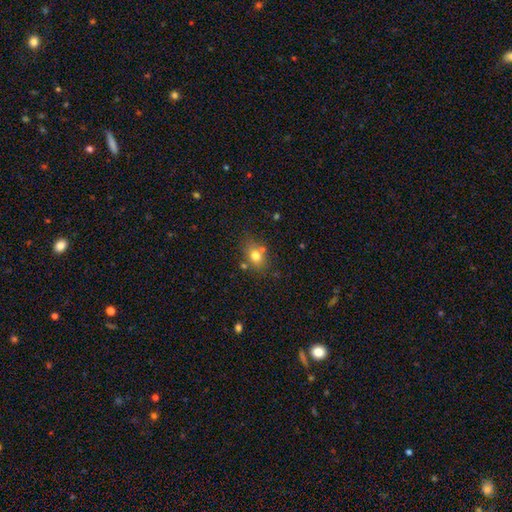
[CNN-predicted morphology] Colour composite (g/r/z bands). It shows a smooth galaxy with no disk features (75%) that is in between round and cigar-shaped (55%). Merging: none (68%).